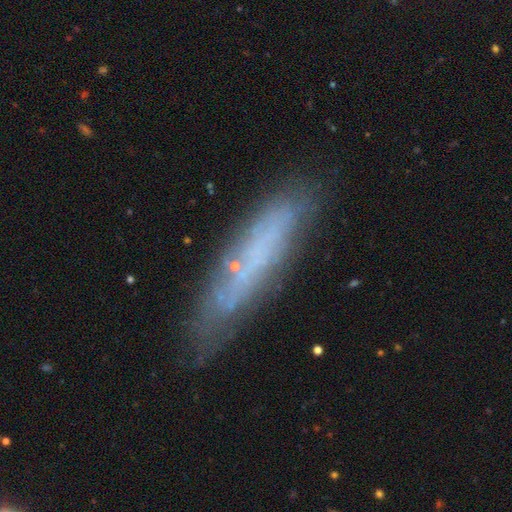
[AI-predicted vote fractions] This is possibly a featured or disk galaxy (47%). Merging: likely none (71%).